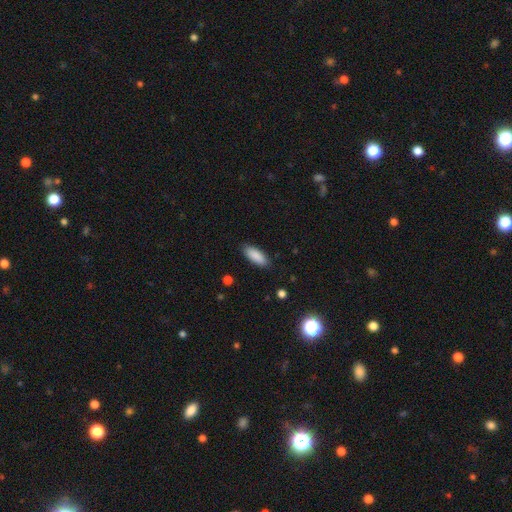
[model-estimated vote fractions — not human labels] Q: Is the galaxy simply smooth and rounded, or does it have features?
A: smooth — 88%.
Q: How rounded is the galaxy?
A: in between — 76%.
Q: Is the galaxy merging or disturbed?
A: none — 86%.